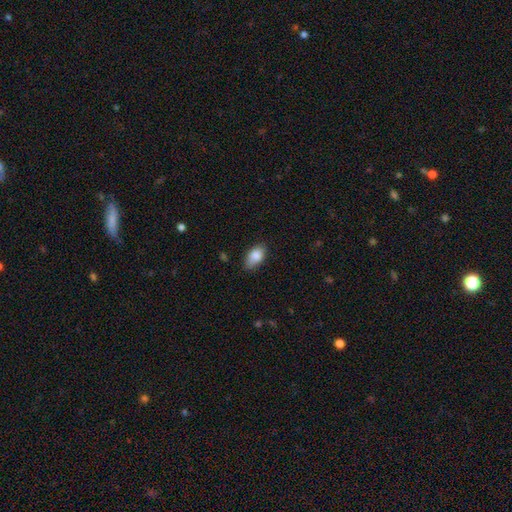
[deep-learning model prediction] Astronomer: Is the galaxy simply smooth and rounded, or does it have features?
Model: smooth — 86%.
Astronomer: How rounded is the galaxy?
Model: in between — 91%.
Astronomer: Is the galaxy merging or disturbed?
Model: none — 73%.